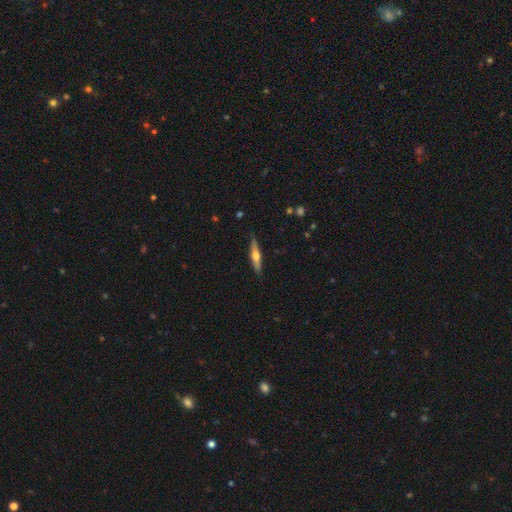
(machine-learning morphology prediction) featured or disk 57%, smooth 37%, star or artifact 6%. Down the decision tree: edge-on disk — yes (95%); edge-on bulge — rounded (91%); merging — none (88%).